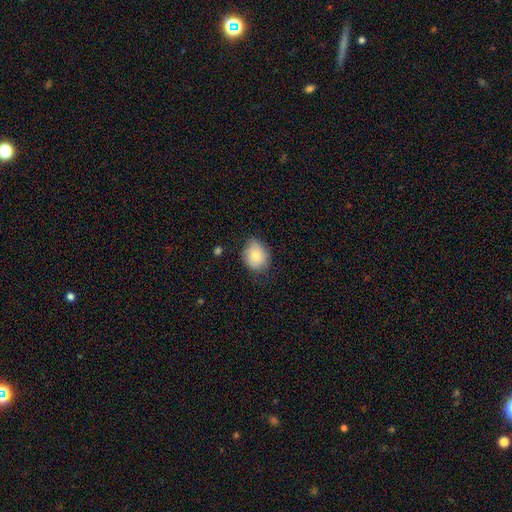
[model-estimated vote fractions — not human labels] Q: Smooth or featured?
A: smooth (80%); runner-up: featured or disk (12%)
Q: How rounded?
A: round (57%); runner-up: in between (42%)
Q: Merging?
A: none (67%); runner-up: minor disturbance (26%)